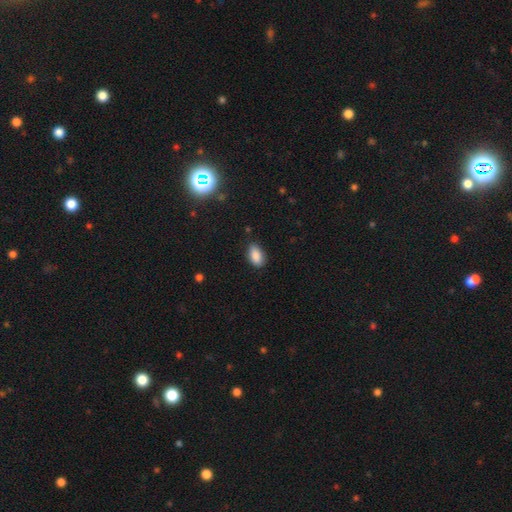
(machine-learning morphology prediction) Smooth or featured? smooth (88%)
How rounded? in between (92%)
Merging? none (81%)